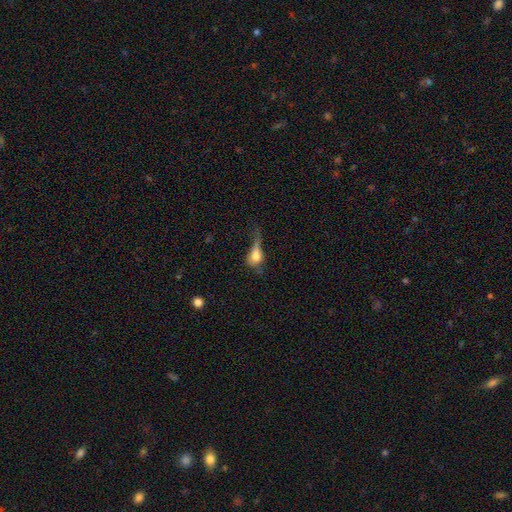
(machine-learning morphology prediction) Smooth or featured?
  - smooth: 65% *
  - featured or disk: 24%
  - star or artifact: 11%
How rounded?
  - in between: 63% *
  - round: 27%
  - cigar-shaped: 10%
Merging?
  - major disturbance: 50% *
  - minor disturbance: 23%
  - none: 19%
  - merger: 7%